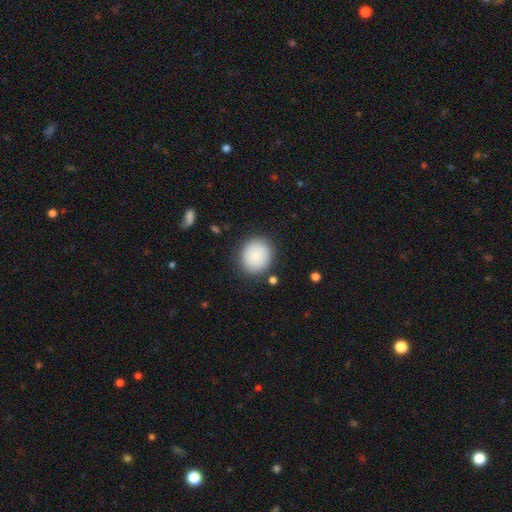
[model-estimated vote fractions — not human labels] Smooth or featured? Predicted: smooth (p=0.86). How rounded? Predicted: round (p=0.84). Merging? Predicted: none (p=0.84).